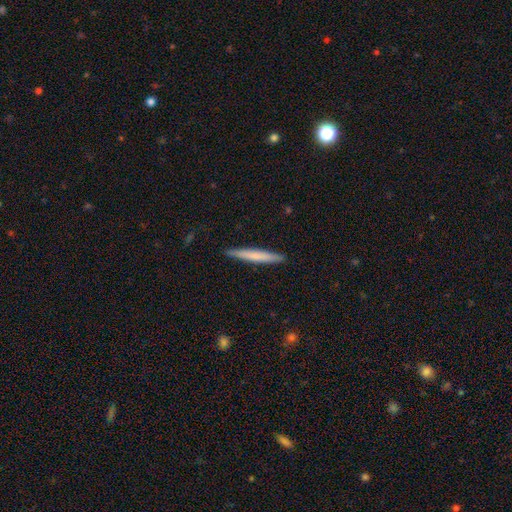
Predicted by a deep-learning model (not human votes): Q: Smooth or featured?
A: smooth (66%); runner-up: featured or disk (29%)
Q: How rounded?
A: cigar-shaped (96%); runner-up: in between (3%)
Q: Merging?
A: none (90%); runner-up: minor disturbance (8%)